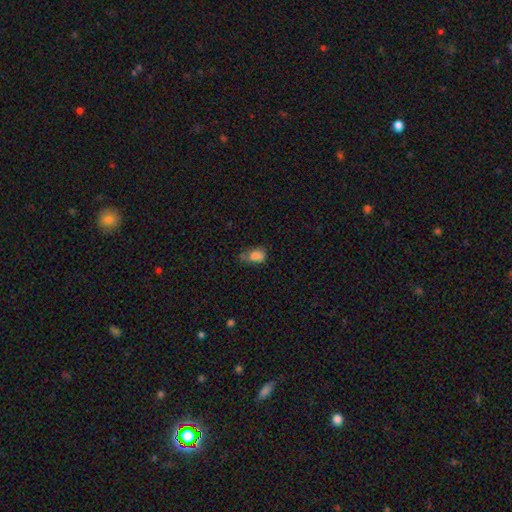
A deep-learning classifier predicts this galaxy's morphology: The model was most divided on "merging": none: 44%, minor disturbance: 38%, major disturbance: 15%, merger: 4%. More confident: how rounded — in between (82%); smooth or featured — smooth (79%).